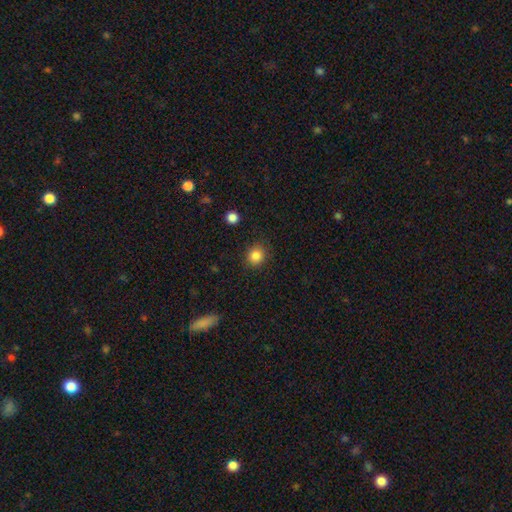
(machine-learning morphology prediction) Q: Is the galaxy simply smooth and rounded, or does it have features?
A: smooth — 85%.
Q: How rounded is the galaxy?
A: round — 84%.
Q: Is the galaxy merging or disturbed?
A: none — 87%.